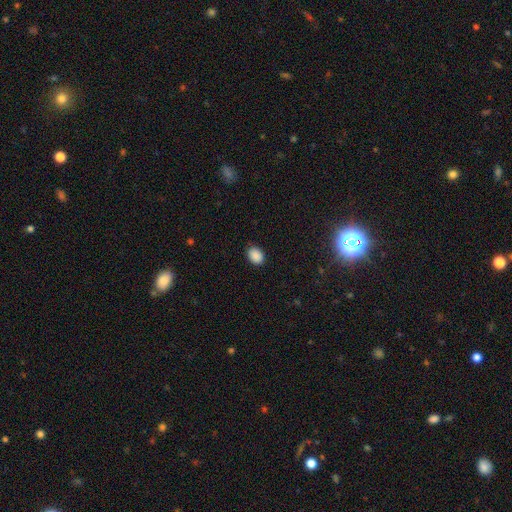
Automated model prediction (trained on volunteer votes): Smooth or featured? Predicted: smooth (p=0.89). How rounded? Predicted: in between (p=0.71). Merging? Predicted: none (p=0.87).